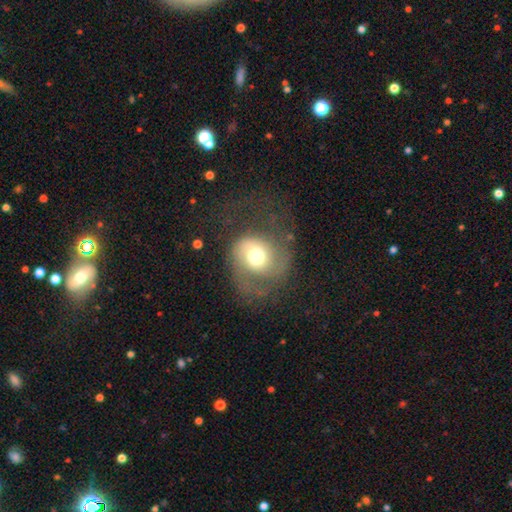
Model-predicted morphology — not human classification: smooth-or-featured: featured or disk: 53% | smooth: 37% | star or artifact: 10%
  disk-edge-on: no: 97% | yes: 3%
    bar: no: 76% | weak: 20% | strong: 5%
    has-spiral-arms: yes: 77% | no: 23%
    bulge-size: moderate: 58% | large: 30% | small: 5% | dominant: 5% | none: 1%
  merging: none: 40% | major disturbance: 38% | minor disturbance: 20% | merger: 2%